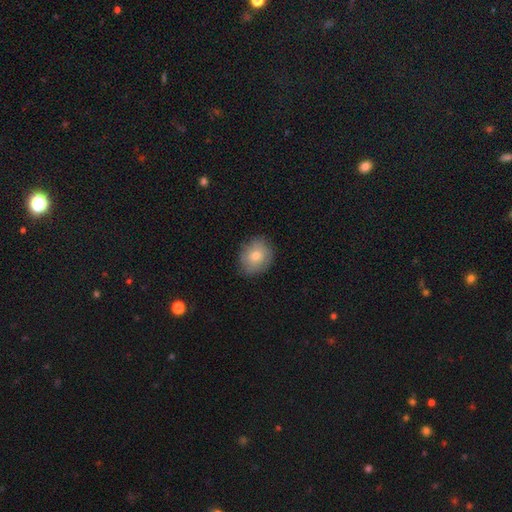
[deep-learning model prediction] Smooth or featured? Predicted: smooth (p=0.73). How rounded? Predicted: round (p=0.63). Merging? Predicted: none (p=0.80).